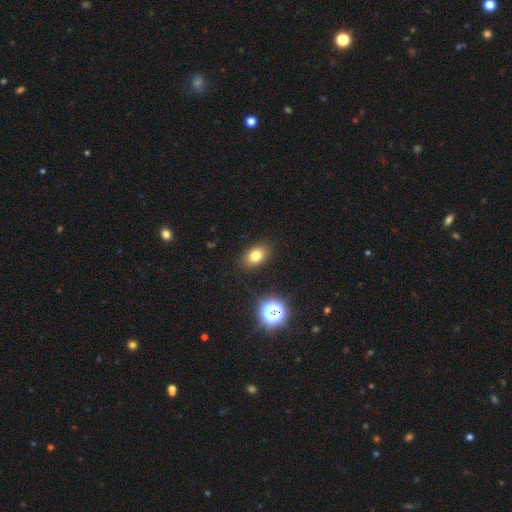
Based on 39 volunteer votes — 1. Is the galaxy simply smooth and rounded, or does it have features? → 79% smooth, 10% featured or disk, 10% star or artifact.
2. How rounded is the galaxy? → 81% in between, 19% round, 0% cigar-shaped.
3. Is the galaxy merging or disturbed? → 97% none, 3% minor disturbance, 0% major disturbance, 0% merger.